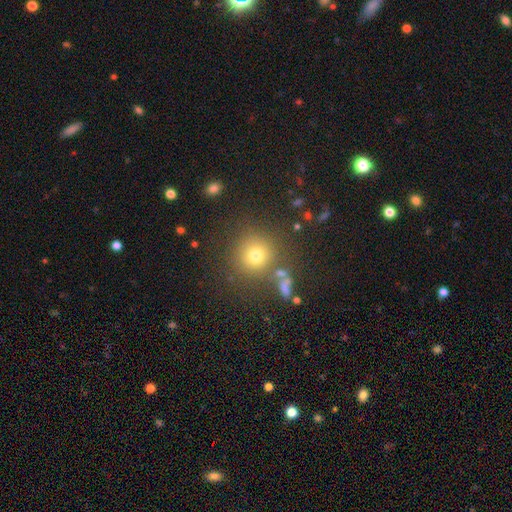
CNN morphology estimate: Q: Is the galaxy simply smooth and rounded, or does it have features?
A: smooth — 73%.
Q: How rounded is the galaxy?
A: round — 93%.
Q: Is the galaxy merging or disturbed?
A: none — 81%.